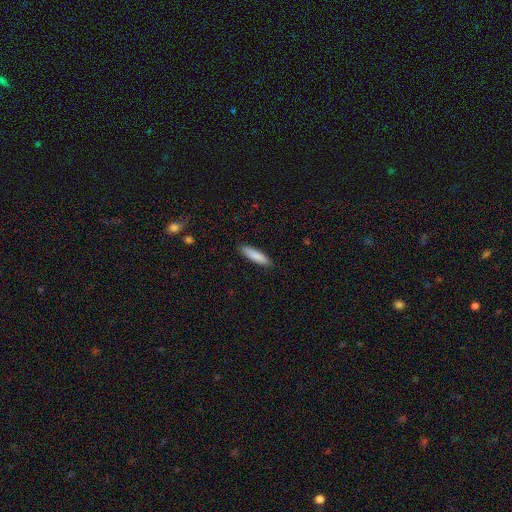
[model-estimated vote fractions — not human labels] Smooth or featured: smooth — 87% (featured or disk — 7%)
How rounded: cigar-shaped — 74% (in between — 25%)
Merging: none — 90% (minor disturbance — 8%)